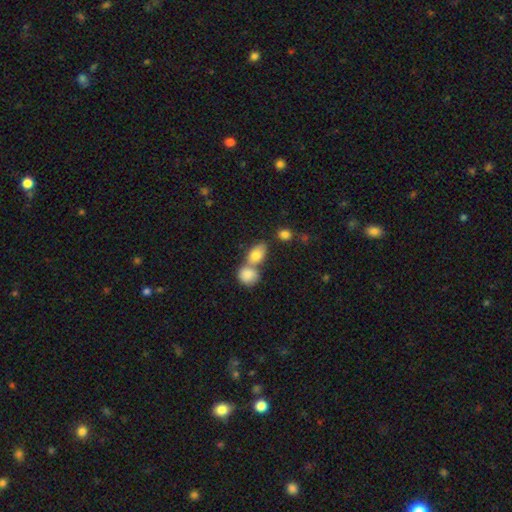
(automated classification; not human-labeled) The model was most divided on "merging": merger: 53%, none: 35%, minor disturbance: 9%, major disturbance: 3%. More confident: smooth or featured — smooth (80%); how rounded — in between (78%).